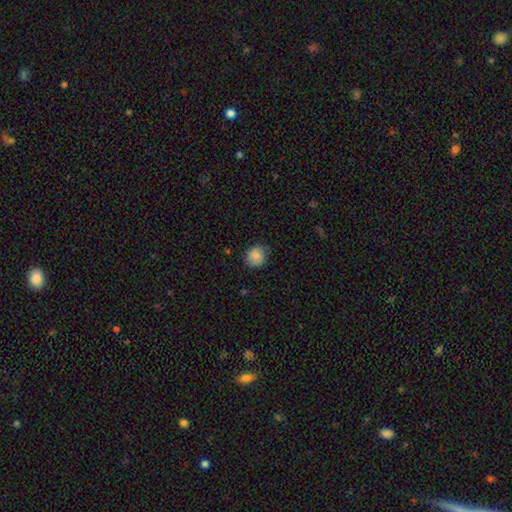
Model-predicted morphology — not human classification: The model was most divided on "how rounded": round: 79%, in between: 20%, cigar-shaped: 1%. More confident: smooth or featured — smooth (85%); merging — none (78%).